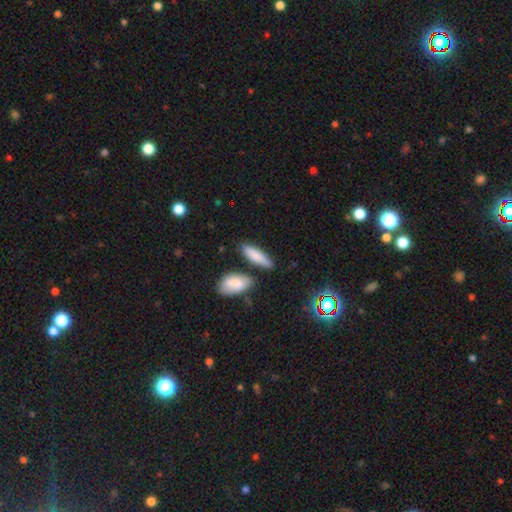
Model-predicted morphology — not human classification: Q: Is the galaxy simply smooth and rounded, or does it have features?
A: smooth — 79%.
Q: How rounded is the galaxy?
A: cigar-shaped — 57%.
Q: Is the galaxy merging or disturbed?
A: none — 72%.